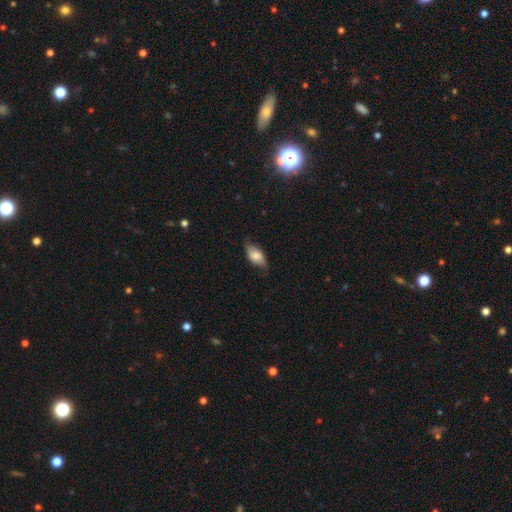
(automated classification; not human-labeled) Smooth or featured: smooth — 72% (featured or disk — 21%)
How rounded: in between — 89% (cigar-shaped — 6%)
Merging: none — 70% (minor disturbance — 24%)